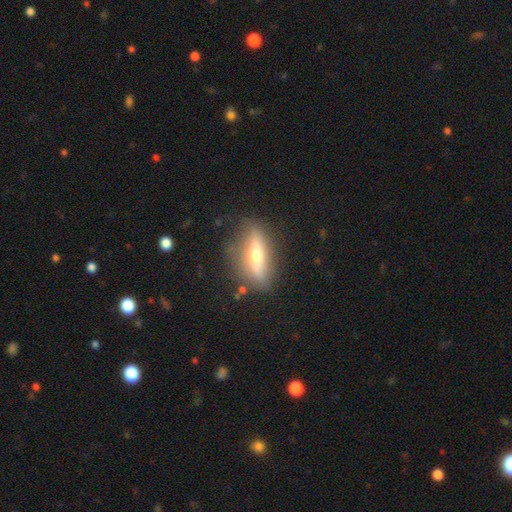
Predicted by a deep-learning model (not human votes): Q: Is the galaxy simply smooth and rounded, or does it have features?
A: featured or disk — 56%.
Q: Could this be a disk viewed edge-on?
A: yes — 76%.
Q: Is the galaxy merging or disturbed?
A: none — 78%.